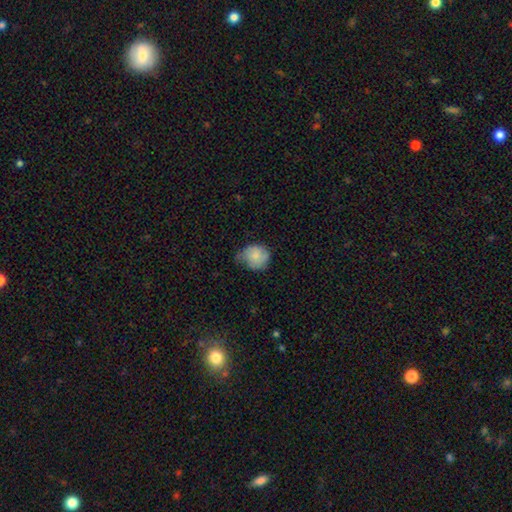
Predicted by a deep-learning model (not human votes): A smooth galaxy with no disk features (77%) that is round (77%).

Vote fractions:
- Smooth or featured? smooth: 77% / featured or disk: 16% / star or artifact: 8%
- How rounded? round: 77% / in between: 22% / cigar-shaped: 1%
- Merging? minor disturbance: 43% (tied) / none: 43% (tied) / major disturbance: 11% / merger: 2%